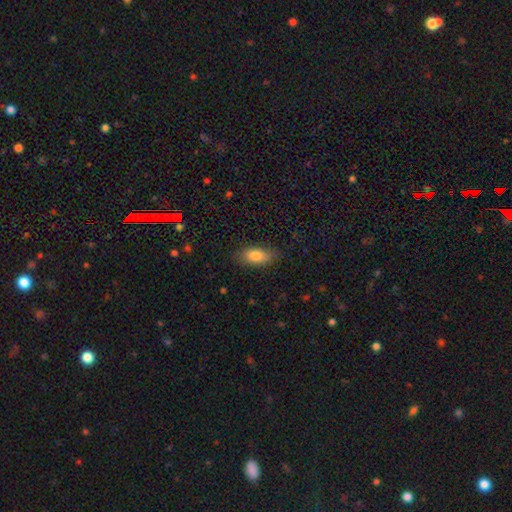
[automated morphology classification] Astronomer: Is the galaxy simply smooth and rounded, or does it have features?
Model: smooth — 82%.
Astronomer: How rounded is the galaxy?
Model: in between — 87%.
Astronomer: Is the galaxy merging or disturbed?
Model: none — 81%.